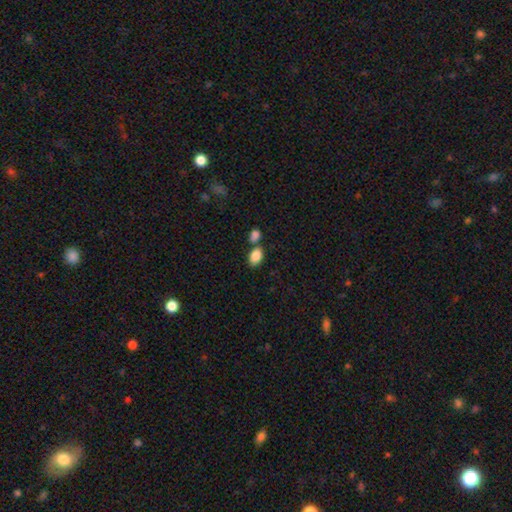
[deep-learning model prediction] Smooth or featured? smooth (86%)
How rounded? in between (86%)
Merging? none (56%)